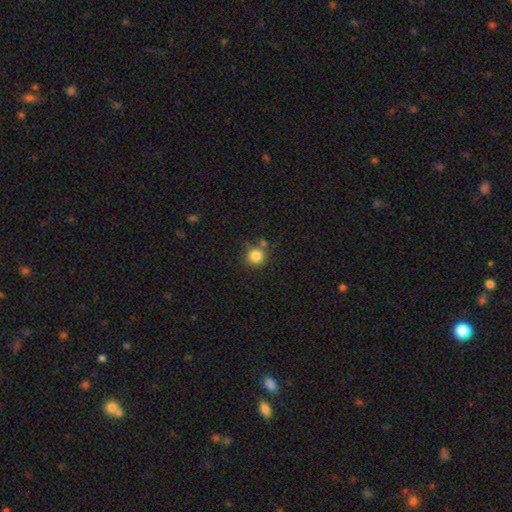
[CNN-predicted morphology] The model was most divided on "merging": none: 72%, minor disturbance: 13%, merger: 11%, major disturbance: 4%. More confident: how rounded — round (92%); smooth or featured — smooth (84%).